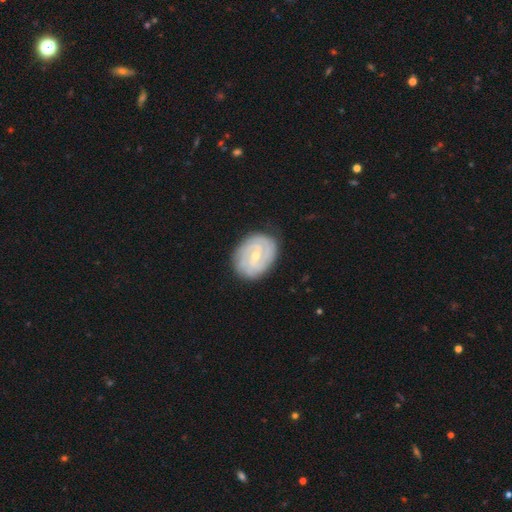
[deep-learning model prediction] This appears to be a featured or disk galaxy (83%) with a weak bar (53%), 2 (34%) tight (71%) spiral arms (95%) and a small central bulge (56%). Merging: none (83%).